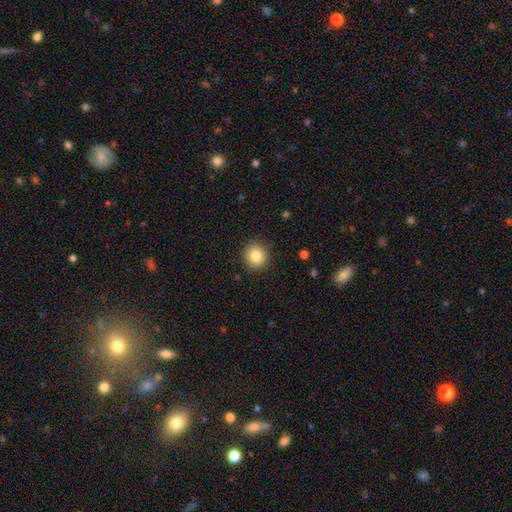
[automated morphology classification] Smooth or featured: smooth — 84% (star or artifact — 10%)
How rounded: round — 92% (in between — 7%)
Merging: none — 90% (minor disturbance — 7%)